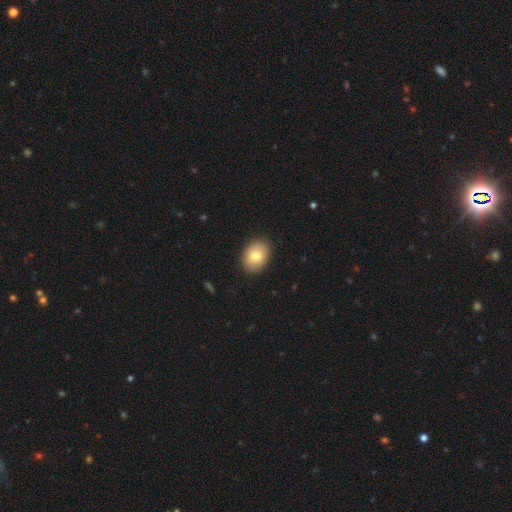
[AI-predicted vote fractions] Smooth or featured? smooth (79%)
How rounded? in between (72%)
Merging? none (89%)